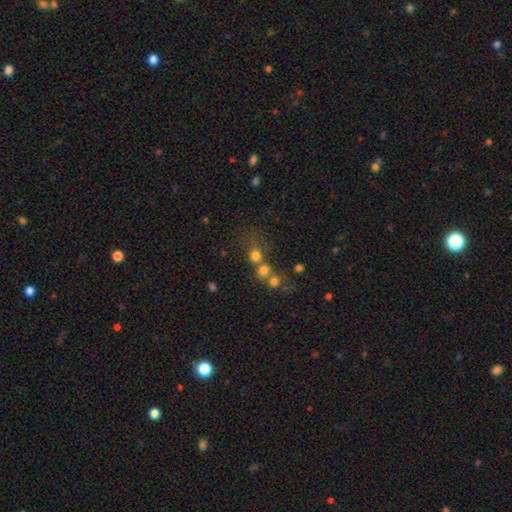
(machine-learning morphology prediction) A smooth galaxy with no disk features (69%) that is round (82%).

Vote fractions:
- Smooth or featured? smooth: 69% / star or artifact: 19% / featured or disk: 12%
- How rounded? round: 82% / in between: 17% / cigar-shaped: 1%
- Merging? none: 44% / merger: 42% / minor disturbance: 8% / major disturbance: 6%